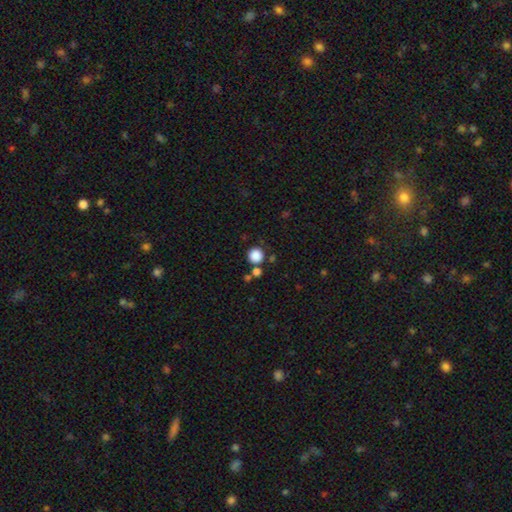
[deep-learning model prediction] smooth 86%, star or artifact 10%, featured or disk 4%. Down the decision tree: how rounded — round (93%); merging — none (74%).